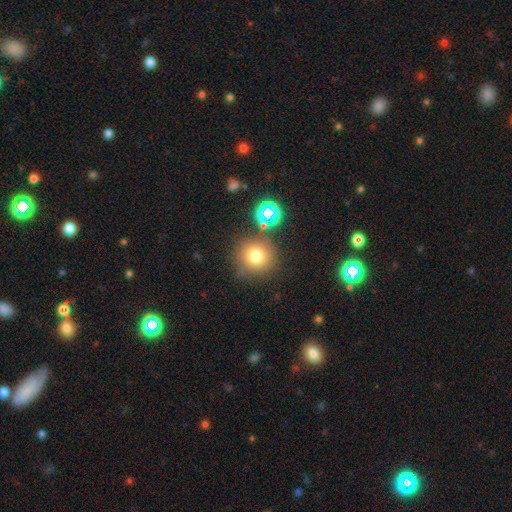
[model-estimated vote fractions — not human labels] This appears to be a smooth galaxy with no disk features (73%) that is round (92%). Merging: none (75%).